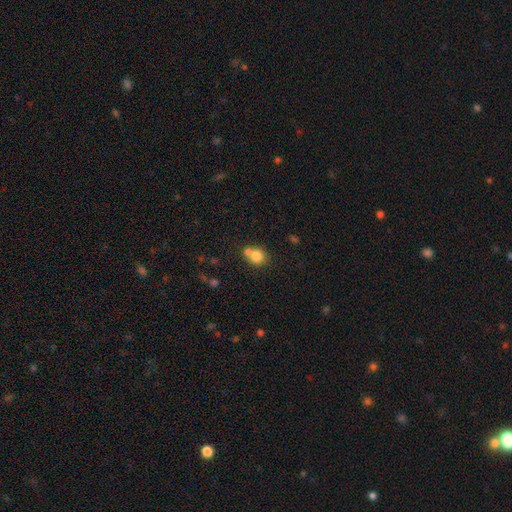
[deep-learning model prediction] smooth-or-featured: smooth: 80% | star or artifact: 10% | featured or disk: 10%
  how-rounded: round: 78% | in between: 21% | cigar-shaped: 1%
  merging: none: 47% | merger: 40% | minor disturbance: 10% | major disturbance: 3%